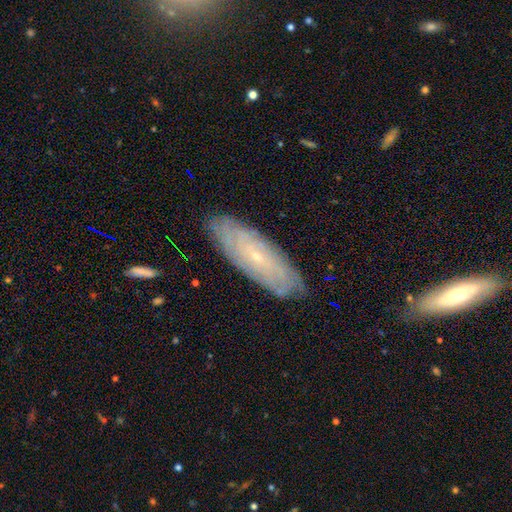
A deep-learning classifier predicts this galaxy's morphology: Overall: featured or disk (66%). Edge-on disk: no (80%). Bar: no (77%). Spiral arms: yes (81%). Bulge size: small (87%). Merging: none (85%).